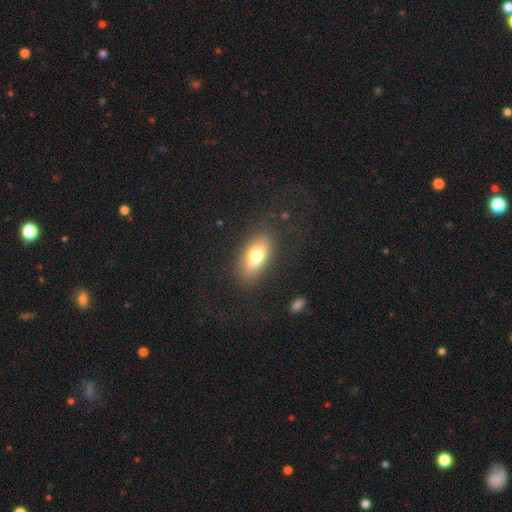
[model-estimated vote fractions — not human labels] Q: Smooth or featured?
A: smooth (72%); runner-up: featured or disk (20%)
Q: How rounded?
A: in between (82%); runner-up: cigar-shaped (14%)
Q: Merging?
A: none (83%); runner-up: minor disturbance (11%)